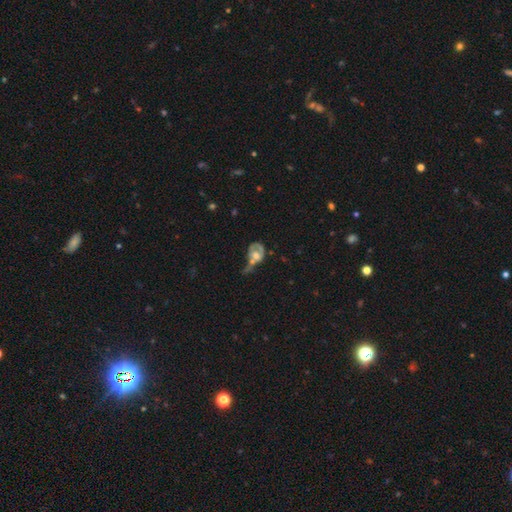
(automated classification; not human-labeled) This is possibly a featured or disk galaxy (52%). It is clearly not viewed edge-on (95%). Merging: marginally merger (35%).